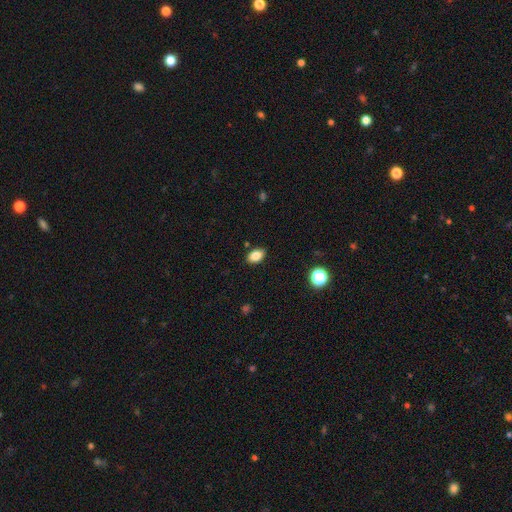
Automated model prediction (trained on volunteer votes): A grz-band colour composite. It shows a smooth galaxy with no disk features (83%) that is in between round and cigar-shaped (87%). Merging: none (87%).